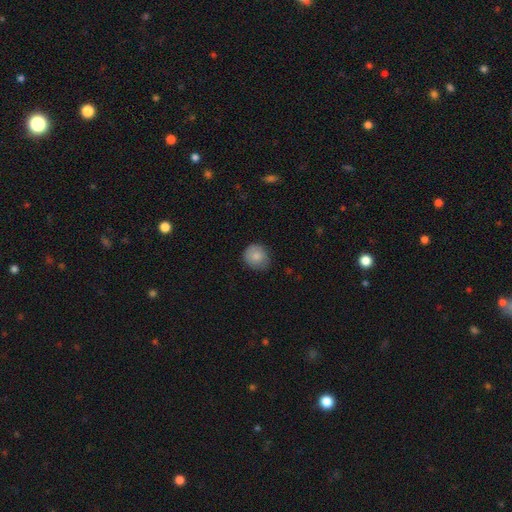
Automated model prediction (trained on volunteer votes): This appears to be a smooth galaxy with no disk features (82%) that is round (83%). Merging: none (75%).